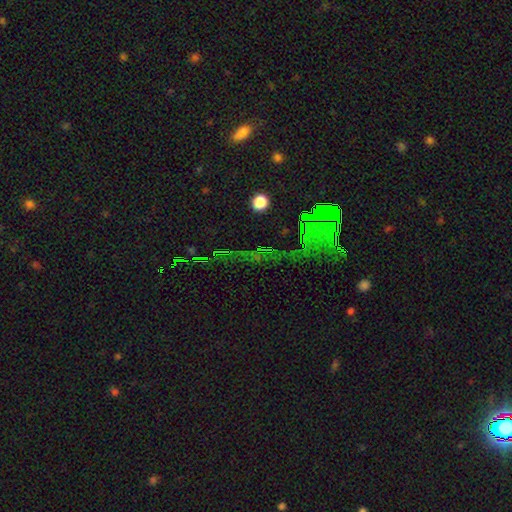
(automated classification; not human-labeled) Smooth or featured? Predicted: star or artifact (p=0.75).